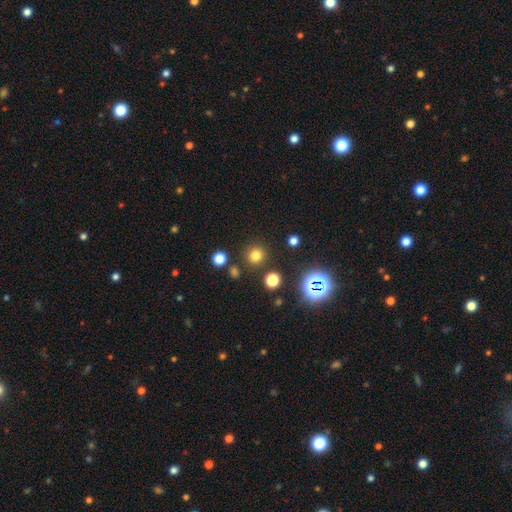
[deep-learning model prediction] A smooth galaxy with no disk features (74%) that is round (93%).

Vote fractions:
- Smooth or featured? smooth: 74% / star or artifact: 20% / featured or disk: 6%
- How rounded? round: 93% / in between: 6% / cigar-shaped: 1%
- Merging? none: 86% / minor disturbance: 7% / merger: 4% / major disturbance: 3%